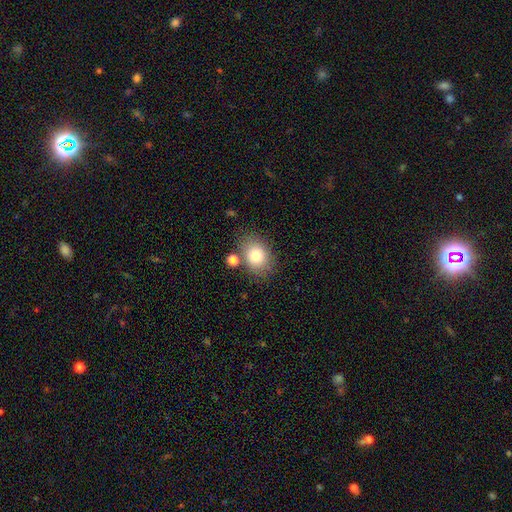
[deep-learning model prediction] smooth-or-featured: smooth: 78% | featured or disk: 12% | star or artifact: 10%
  how-rounded: in between: 60% | round: 39% | cigar-shaped: 1%
  merging: none: 74% | minor disturbance: 13% | merger: 9% | major disturbance: 4%